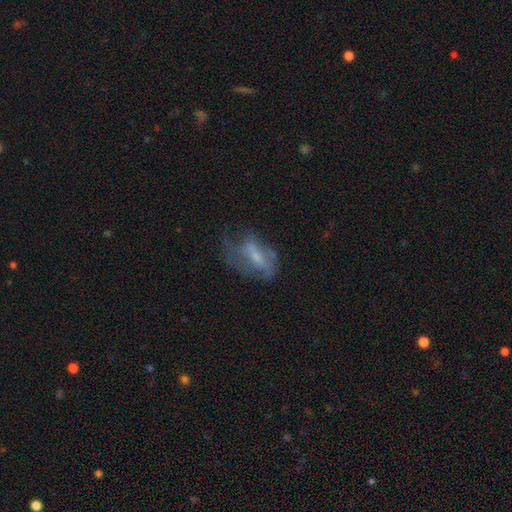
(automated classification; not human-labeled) A featured or disk galaxy (50%). Merging: none (37%).